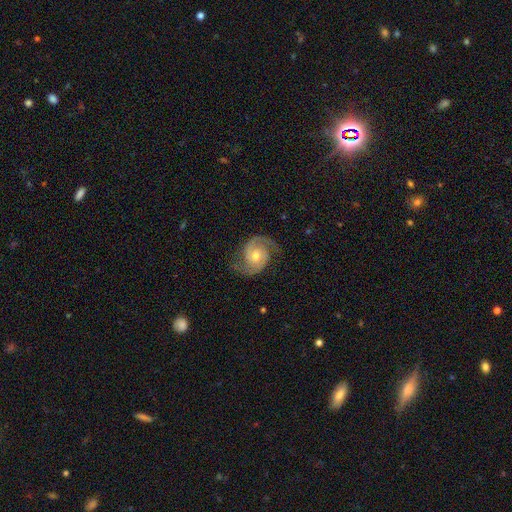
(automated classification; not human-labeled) smooth_or_featured: featured or disk (p=0.90) [alt: smooth p=0.05]
disk_edge_on: no (p=0.98) [alt: yes p=0.02]
bar: no (p=0.64) [alt: weak p=0.30]
has_spiral_arms: yes (p=0.98) [alt: no p=0.02]
spiral_winding: medium (p=0.55) [alt: tight p=0.31]
spiral_arm_count: 2 (p=0.93) [alt: can't tell p=0.02]
bulge_size: moderate (p=0.63) [alt: small p=0.32]
merging: none (p=0.79) [alt: minor disturbance p=0.15]